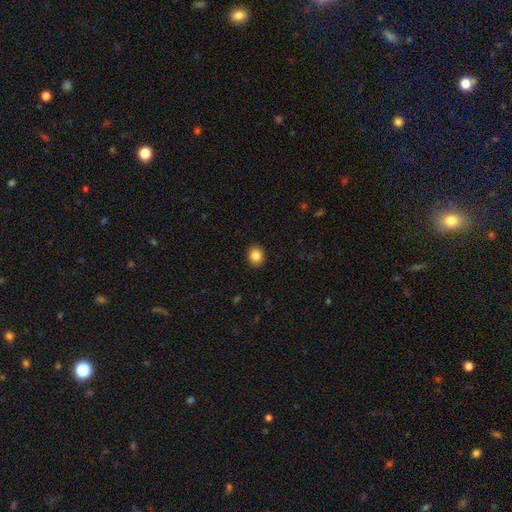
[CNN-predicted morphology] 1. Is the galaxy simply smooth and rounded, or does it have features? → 85% smooth, 10% star or artifact, 6% featured or disk.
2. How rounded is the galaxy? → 64% round, 35% in between, 1% cigar-shaped.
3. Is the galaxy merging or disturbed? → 91% none, 6% minor disturbance, 2% major disturbance, 1% merger.